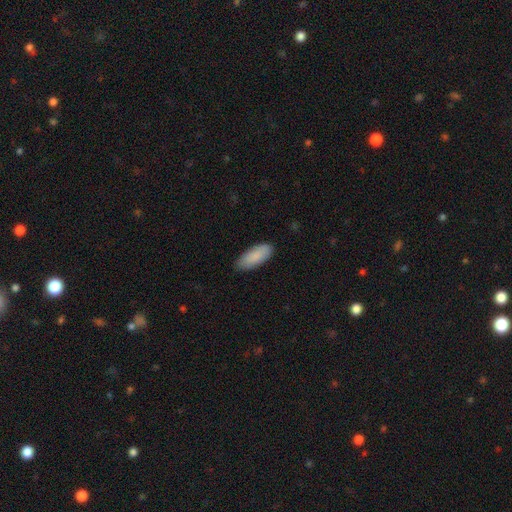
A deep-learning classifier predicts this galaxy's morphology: smooth_or_featured: smooth (p=0.88) [alt: featured or disk p=0.06]
how_rounded: in between (p=0.81) [alt: cigar-shaped p=0.17]
merging: none (p=0.83) [alt: minor disturbance p=0.13]